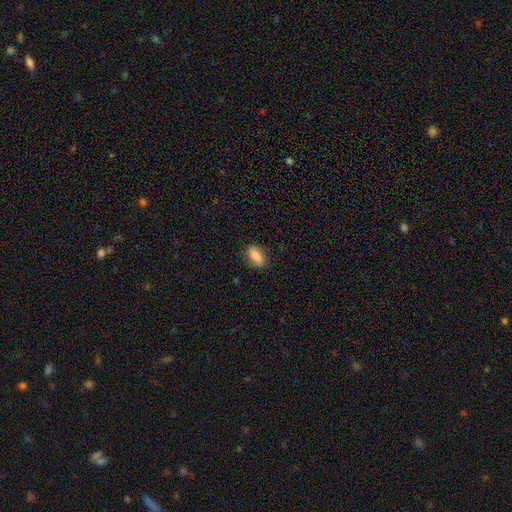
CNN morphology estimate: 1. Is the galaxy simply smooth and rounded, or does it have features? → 85% smooth, 8% featured or disk, 7% star or artifact.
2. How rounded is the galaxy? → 85% in between, 11% cigar-shaped, 4% round.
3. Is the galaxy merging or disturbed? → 81% none, 14% minor disturbance, 3% major disturbance, 1% merger.